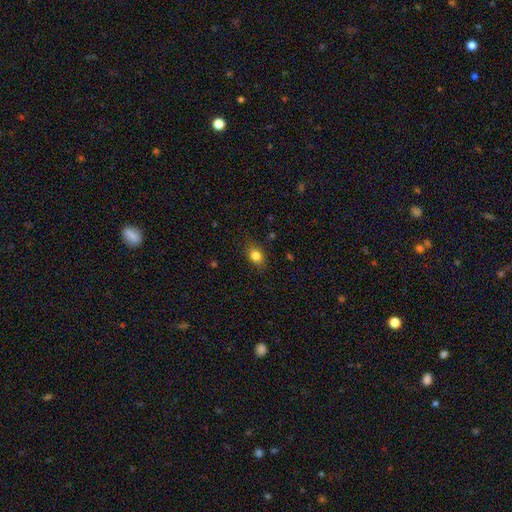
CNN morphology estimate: Smooth or featured? smooth (82%)
How rounded? in between (71%)
Merging? none (82%)